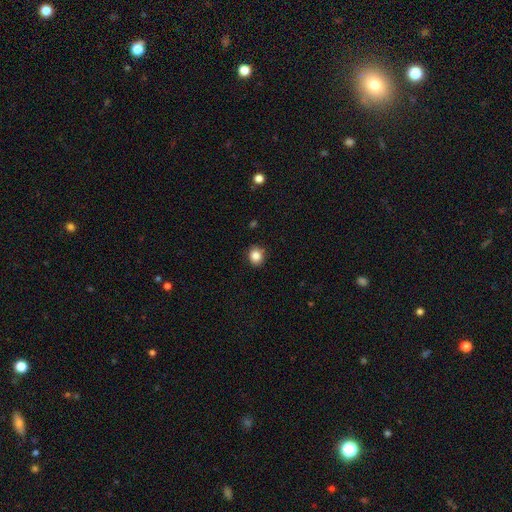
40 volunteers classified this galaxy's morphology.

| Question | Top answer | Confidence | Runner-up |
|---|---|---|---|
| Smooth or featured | smooth | 88% | star or artifact (8%) |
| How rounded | round | 69% | in between (31%) |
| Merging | none | 73% | minor disturbance (24%) |